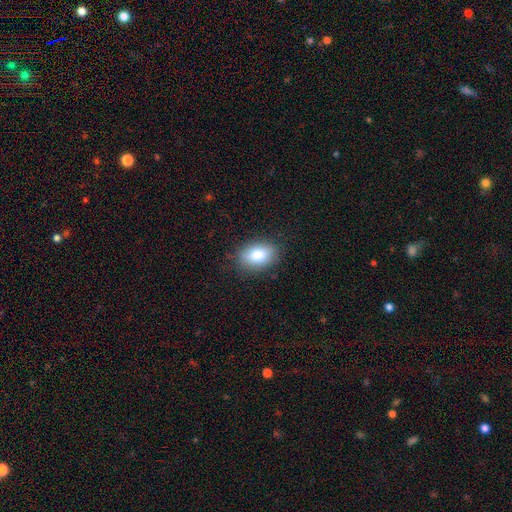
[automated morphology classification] type=smooth (80%); roundness=in between (83%); merging=none (83%).